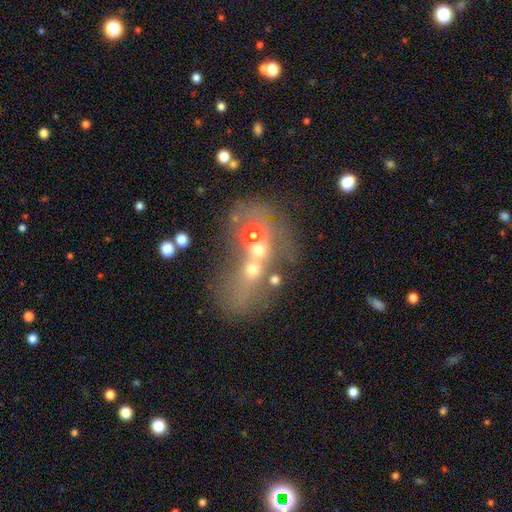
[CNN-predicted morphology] type=featured or disk (42%); merging=merger (69%).